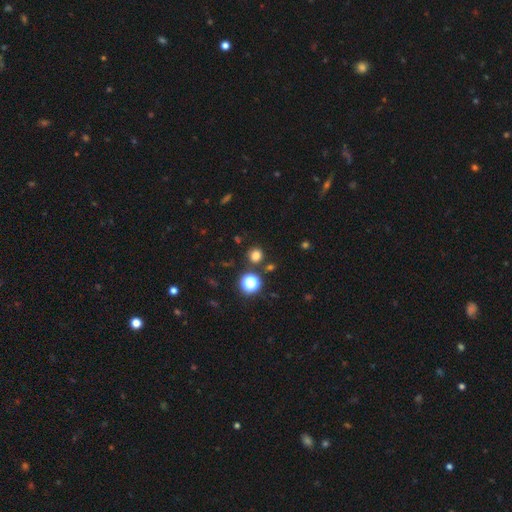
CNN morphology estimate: Q: Smooth or featured?
A: smooth (75%); runner-up: star or artifact (20%)
Q: How rounded?
A: round (90%); runner-up: in between (9%)
Q: Merging?
A: none (86%); runner-up: minor disturbance (7%)